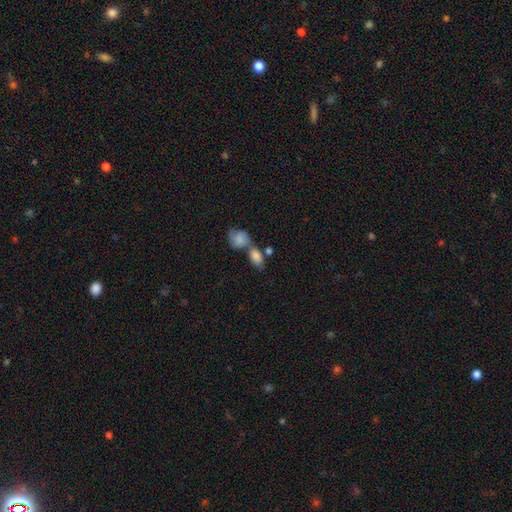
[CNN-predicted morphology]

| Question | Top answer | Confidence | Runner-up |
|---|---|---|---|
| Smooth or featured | smooth | 81% | featured or disk (11%) |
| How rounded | in between | 80% | round (18%) |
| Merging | merger | 51% | none (31%) |